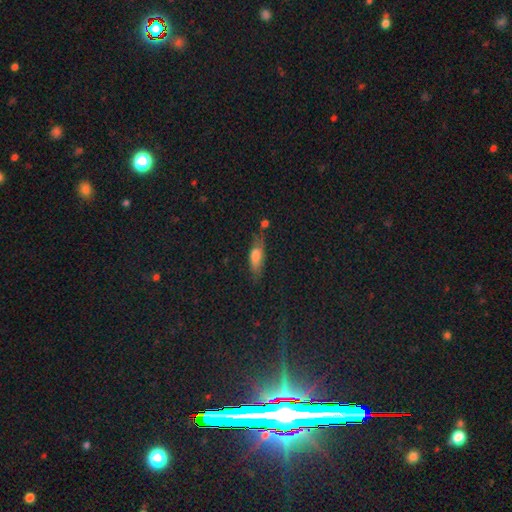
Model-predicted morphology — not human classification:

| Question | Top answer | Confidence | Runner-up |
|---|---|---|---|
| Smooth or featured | smooth | 62% | featured or disk (22%) |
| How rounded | in between | 51% | cigar-shaped (44%) |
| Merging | none | 68% | minor disturbance (21%) |